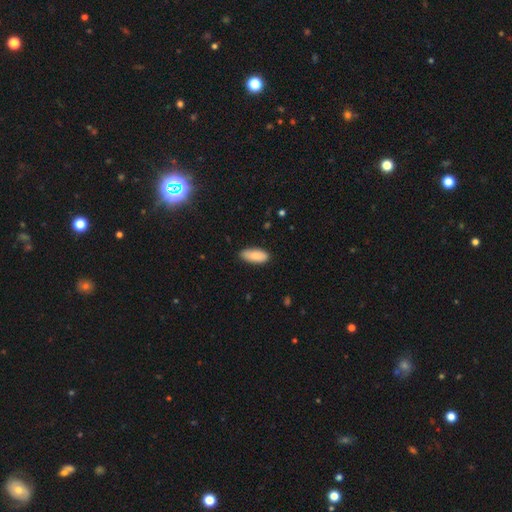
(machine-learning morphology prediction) The model was most divided on "how rounded": in between: 83%, cigar-shaped: 15%, round: 2%. More confident: smooth or featured — smooth (84%); merging — none (83%).